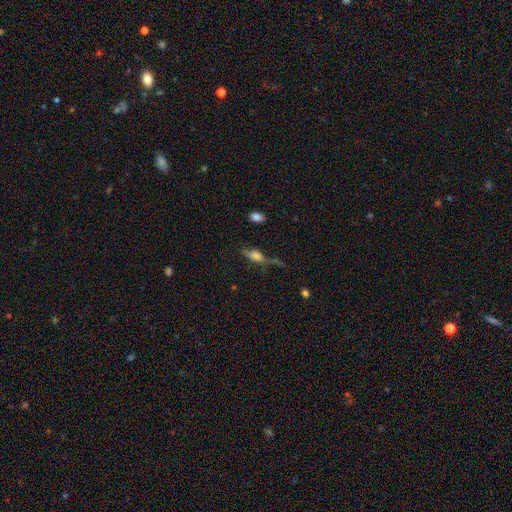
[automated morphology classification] Overall: smooth (50%; featured or disk 36%). Merging: none (44%; minor disturbance 24%).